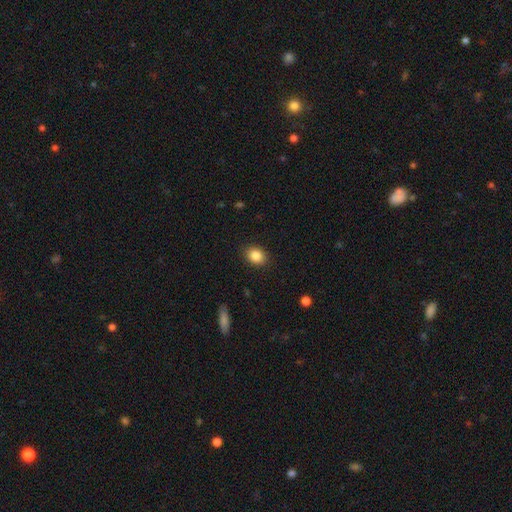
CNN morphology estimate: type=smooth (86%); roundness=in between (59%); merging=none (89%).